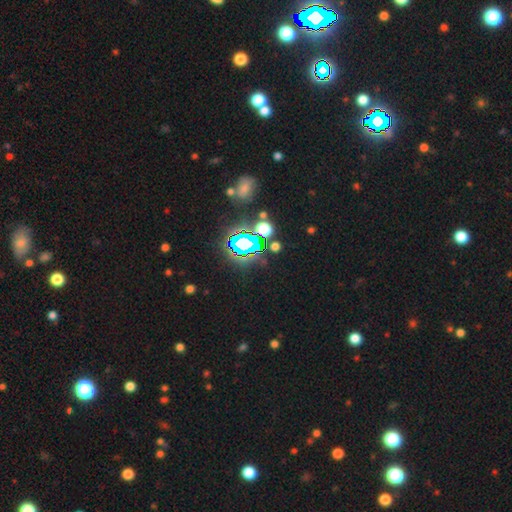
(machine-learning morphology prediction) A star or artifact, not a galaxy (79%).

Vote fractions:
- Smooth or featured? star or artifact: 79% / smooth: 13% / featured or disk: 8%